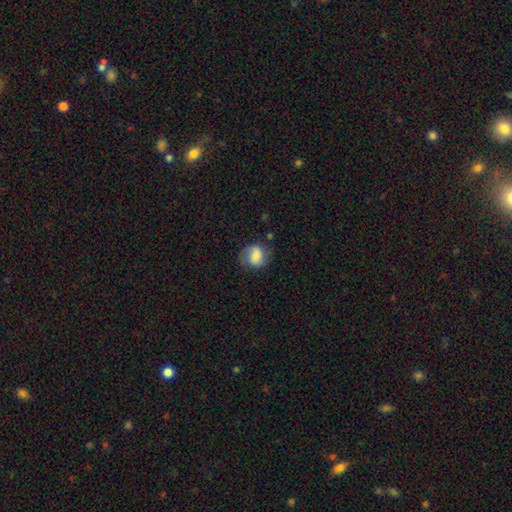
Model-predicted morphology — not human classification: The model was most divided on "how rounded": round: 61%, in between: 38%, cigar-shaped: 1%. More confident: merging — none (63%); smooth or featured — smooth (62%).